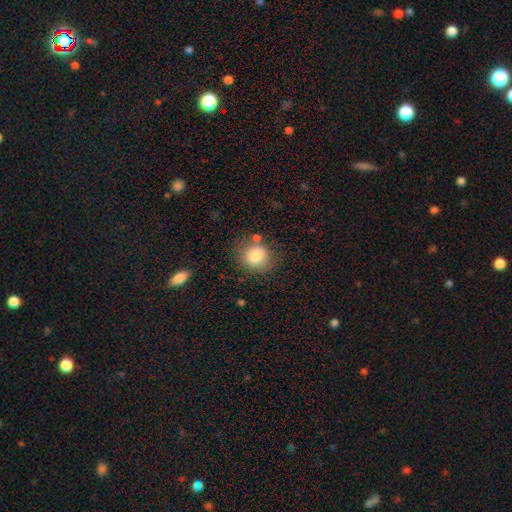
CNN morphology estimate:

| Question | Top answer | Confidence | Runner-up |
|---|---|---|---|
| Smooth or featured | smooth | 82% | star or artifact (10%) |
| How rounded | round | 82% | in between (17%) |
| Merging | none | 73% | minor disturbance (15%) |